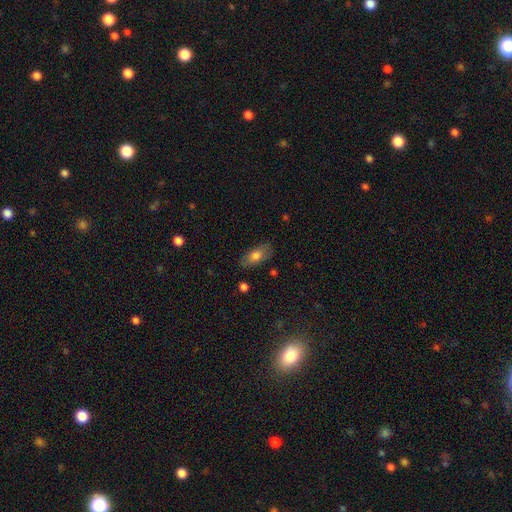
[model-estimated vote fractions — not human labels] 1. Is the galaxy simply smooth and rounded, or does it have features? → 72% smooth, 21% featured or disk, 7% star or artifact.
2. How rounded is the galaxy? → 88% in between, 8% cigar-shaped, 4% round.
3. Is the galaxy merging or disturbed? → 82% none, 14% minor disturbance, 3% major disturbance, 2% merger.